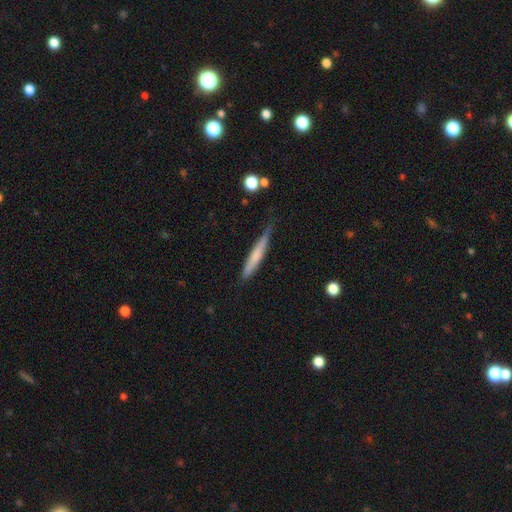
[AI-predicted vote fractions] smooth-or-featured: smooth: 60% | featured or disk: 34% | star or artifact: 6%
  how-rounded: cigar-shaped: 94% | in between: 4% | round: 1%
  merging: none: 72% | minor disturbance: 23% | major disturbance: 4% | merger: 2%